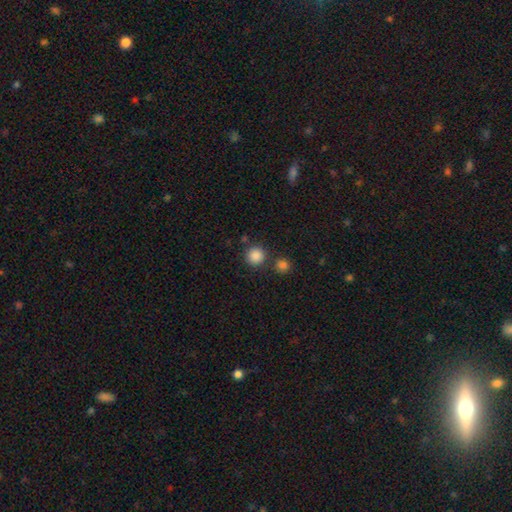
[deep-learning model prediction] A smooth galaxy with no disk features (86%) that is round (93%). Merging: none (79%).